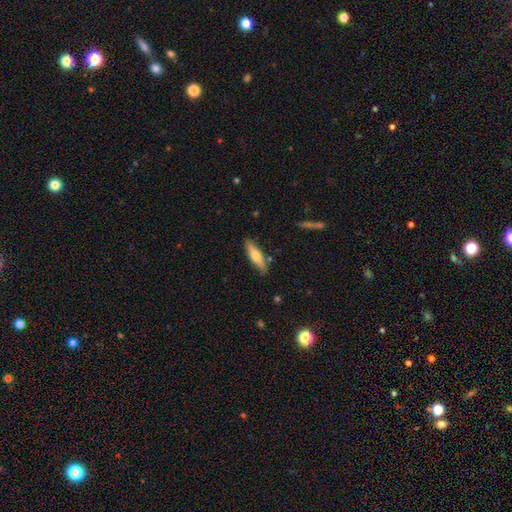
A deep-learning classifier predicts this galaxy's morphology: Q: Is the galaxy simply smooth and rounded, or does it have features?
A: smooth — 57%.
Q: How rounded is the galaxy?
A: cigar-shaped — 71%.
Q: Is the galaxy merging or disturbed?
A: none — 85%.